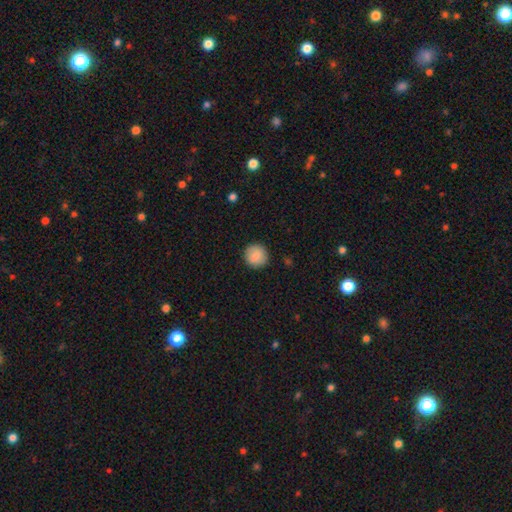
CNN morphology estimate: This is clearly a smooth galaxy (86%). How rounded: clearly round (95%). Merging: clearly none (91%).